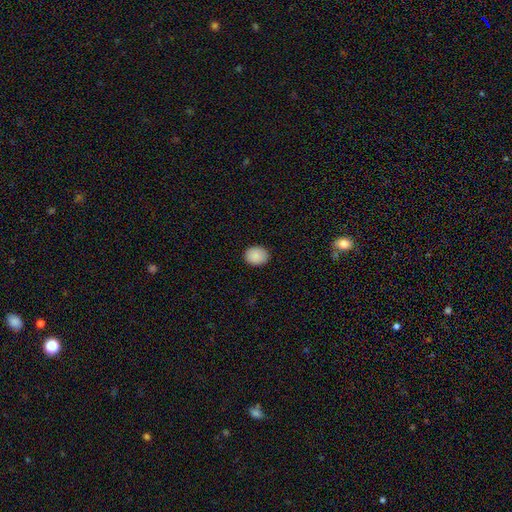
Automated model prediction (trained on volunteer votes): smooth-or-featured: smooth: 88% | star or artifact: 8% | featured or disk: 4%
  how-rounded: round: 54% | in between: 45% | cigar-shaped: 1%
  merging: none: 89% | minor disturbance: 8% | major disturbance: 2% | merger: 1%